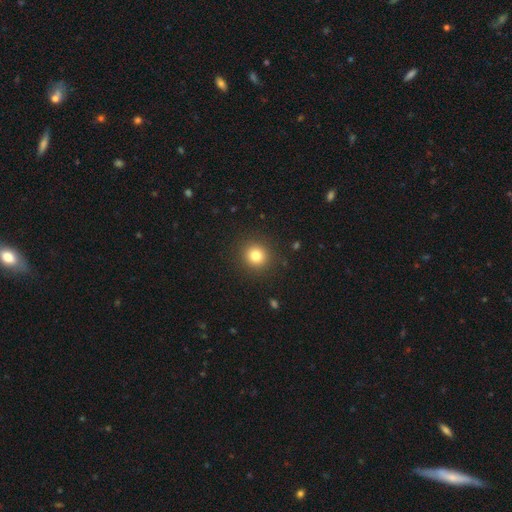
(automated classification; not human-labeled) Smooth or featured? Predicted: smooth (p=0.81). How rounded? Predicted: round (p=0.92). Merging? Predicted: none (p=0.90).